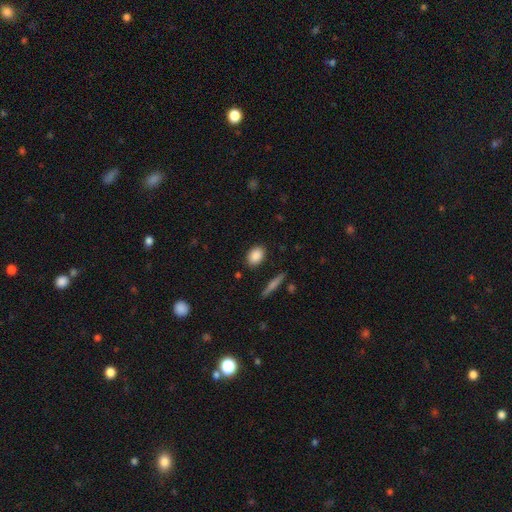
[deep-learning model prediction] This appears to be a smooth galaxy with no disk features (87%) that is in between round and cigar-shaped (76%). Merging: none (86%).